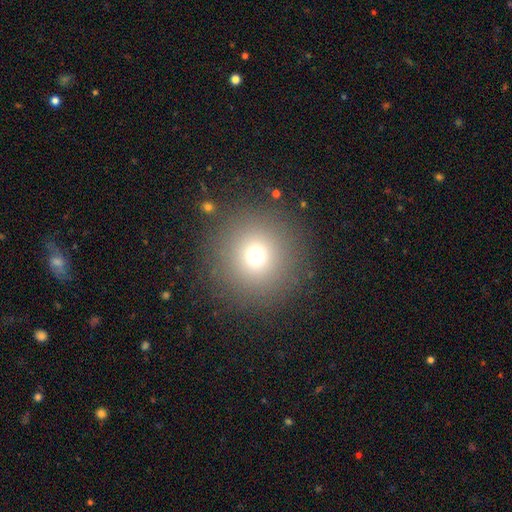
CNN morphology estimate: Q: Smooth or featured?
A: smooth (71%); runner-up: star or artifact (19%)
Q: How rounded?
A: round (96%); runner-up: in between (3%)
Q: Merging?
A: none (89%); runner-up: minor disturbance (6%)